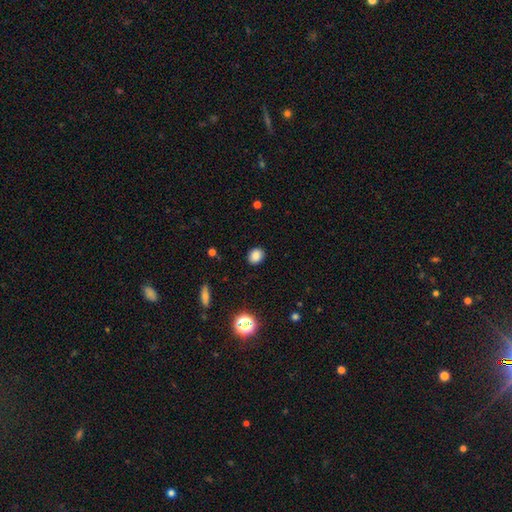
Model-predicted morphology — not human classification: Smooth or featured?
  - smooth: 85% *
  - star or artifact: 11%
  - featured or disk: 4%
How rounded?
  - round: 62% *
  - in between: 37%
  - cigar-shaped: 1%
Merging?
  - none: 88% *
  - minor disturbance: 8%
  - major disturbance: 2%
  - merger: 1%